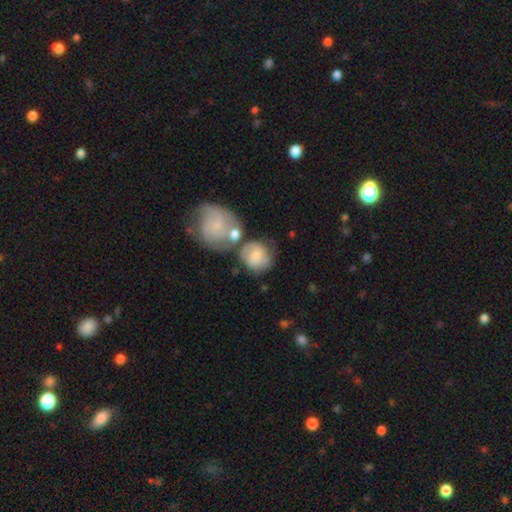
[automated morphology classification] featured or disk 52%, smooth 41%, star or artifact 7%. Down the decision tree: edge-on disk — no (97%); bar — no (59%); spiral arms — yes (87%); bulge size — small (41%); merging — none (51%).